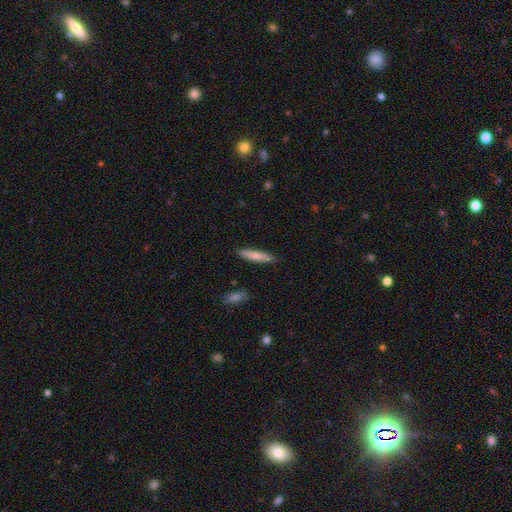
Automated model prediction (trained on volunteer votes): smooth-or-featured: smooth: 77% | featured or disk: 17% | star or artifact: 6%
  how-rounded: cigar-shaped: 86% | in between: 12% | round: 1%
  merging: none: 89% | minor disturbance: 8% | merger: 2% | major disturbance: 2%